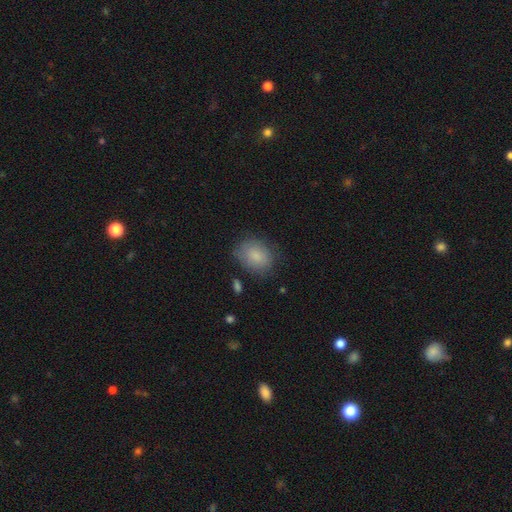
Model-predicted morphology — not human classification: Smooth or featured: smooth — 83% (featured or disk — 9%)
How rounded: in between — 62% (round — 37%)
Merging: none — 73% (minor disturbance — 19%)